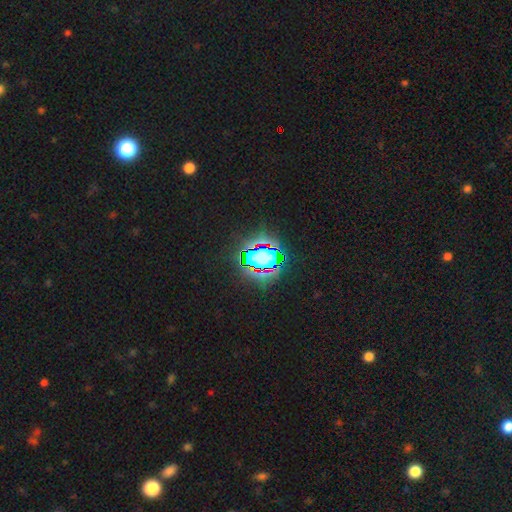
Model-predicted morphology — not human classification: Overall: star or artifact (68%).